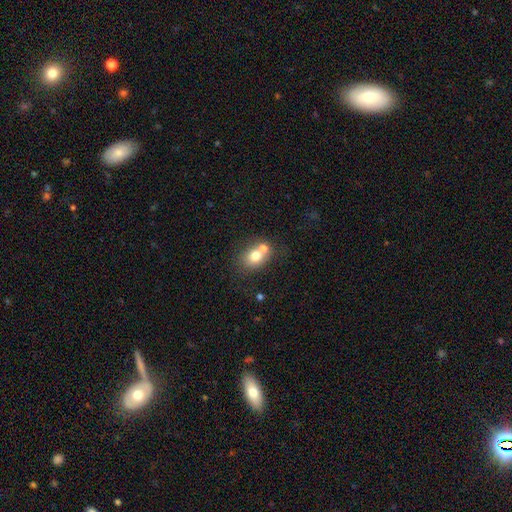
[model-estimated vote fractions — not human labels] smooth_or_featured: smooth (p=0.73) [alt: featured or disk p=0.17]
how_rounded: round (p=0.54) [alt: in between p=0.45]
merging: merger (p=0.44) [alt: none p=0.42]